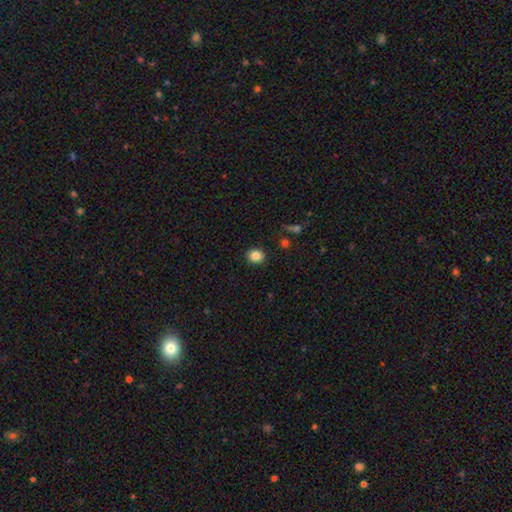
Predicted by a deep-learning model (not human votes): A smooth galaxy with no disk features (84%) that is round (69%). Merging: none (90%).